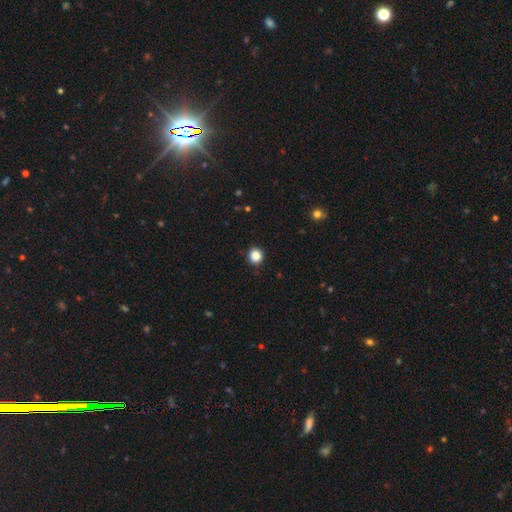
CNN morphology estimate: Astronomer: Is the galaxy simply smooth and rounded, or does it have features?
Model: smooth — 87%.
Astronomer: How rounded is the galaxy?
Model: round — 92%.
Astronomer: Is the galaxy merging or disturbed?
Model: none — 92%.